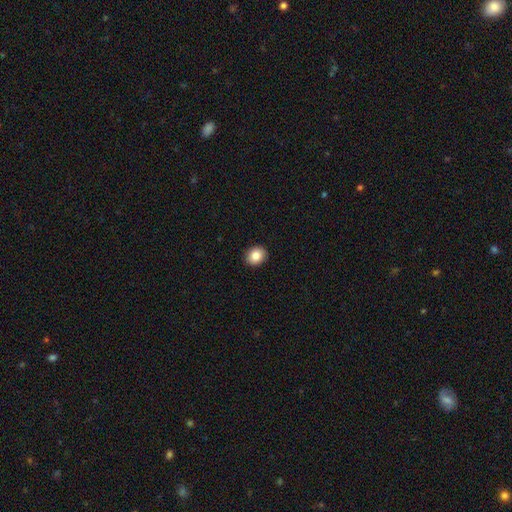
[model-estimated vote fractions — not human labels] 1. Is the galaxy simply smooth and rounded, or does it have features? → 85% smooth, 9% star or artifact, 6% featured or disk.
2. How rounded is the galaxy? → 62% round, 37% in between, 1% cigar-shaped.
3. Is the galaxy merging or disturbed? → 91% none, 6% minor disturbance, 2% major disturbance, 1% merger.